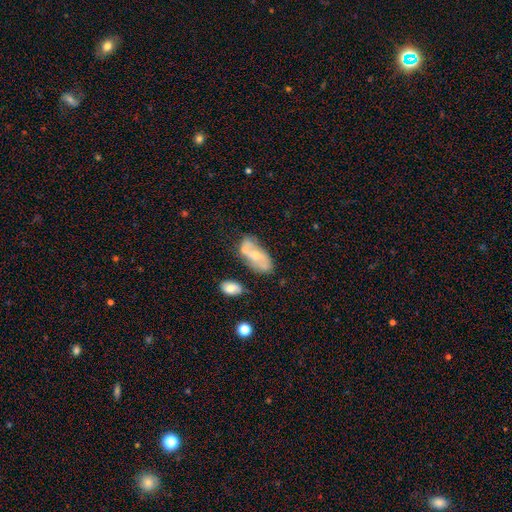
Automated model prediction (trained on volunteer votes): A featured or disk galaxy (54%).

Vote fractions:
- Smooth or featured? featured or disk: 54% / smooth: 39% / star or artifact: 7%
- Edge-on disk? no: 92% / yes: 8%
- Merging? none: 44% / merger: 25% / minor disturbance: 22% / major disturbance: 9%